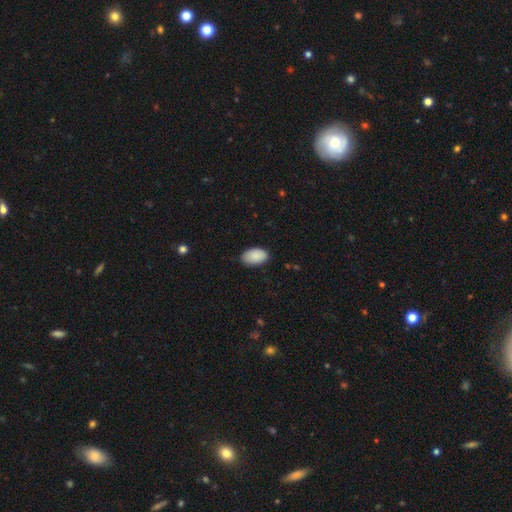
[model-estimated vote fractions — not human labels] This appears to be a smooth galaxy with no disk features (89%) that is in between round and cigar-shaped (94%). Merging: none (82%).